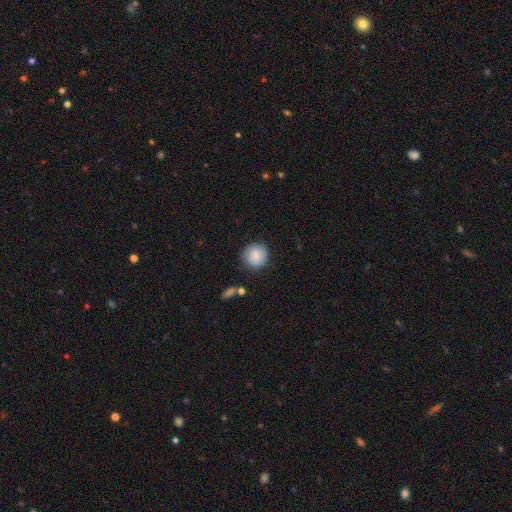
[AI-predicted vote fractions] Overall: smooth (84%). How rounded: round (92%). Merging: none (83%).